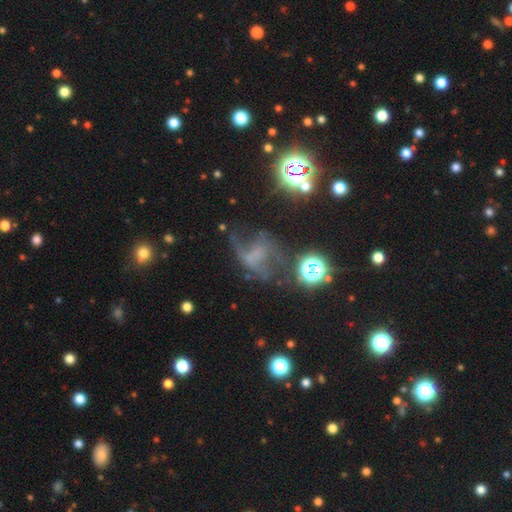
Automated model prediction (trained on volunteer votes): This is possibly a featured or disk galaxy (48%). Merging: marginally major disturbance (43%).